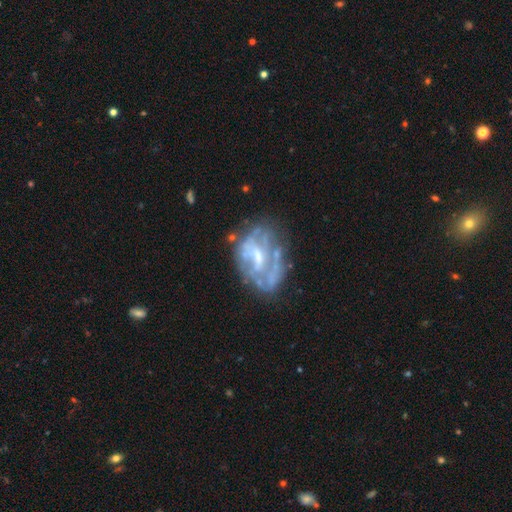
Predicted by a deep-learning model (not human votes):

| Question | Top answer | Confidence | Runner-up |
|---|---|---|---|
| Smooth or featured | featured or disk | 71% | smooth (19%) |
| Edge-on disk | no | 96% | yes (4%) |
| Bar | no | 48% | weak (38%) |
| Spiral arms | no | 51% | yes (49%) |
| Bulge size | small | 39% | moderate (34%) |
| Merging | none | 49% | minor disturbance (23%) |